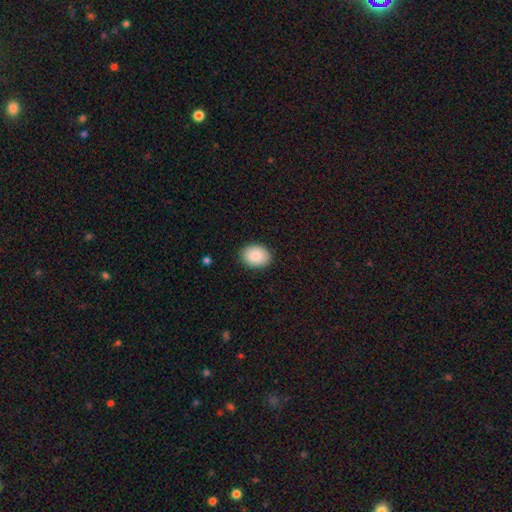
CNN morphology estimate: A smooth galaxy with no disk features (88%) that is in between round and cigar-shaped (60%). Merging: none (89%).